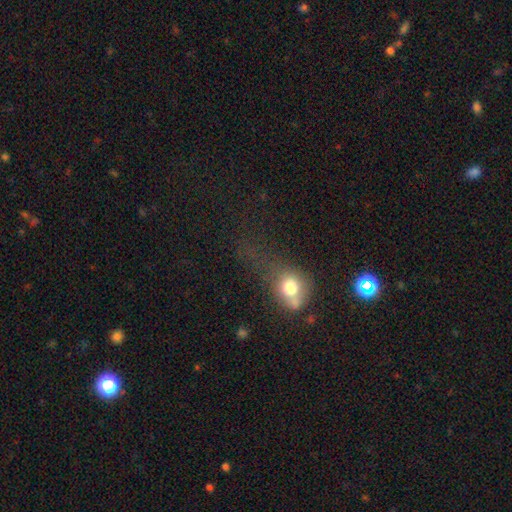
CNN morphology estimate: Smooth or featured? Predicted: smooth (p=0.54). How rounded? Predicted: round (p=0.63). Merging? Predicted: major disturbance (p=0.39).